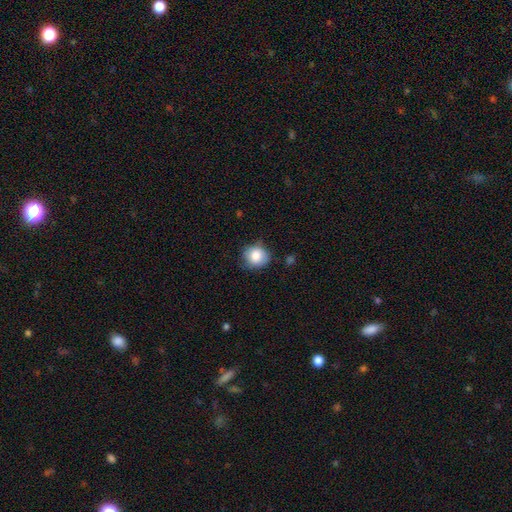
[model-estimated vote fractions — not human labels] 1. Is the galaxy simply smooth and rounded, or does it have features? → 81% smooth, 10% featured or disk, 9% star or artifact.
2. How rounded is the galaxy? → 82% round, 17% in between, 1% cigar-shaped.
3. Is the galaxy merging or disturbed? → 73% none, 21% minor disturbance, 4% major disturbance, 2% merger.